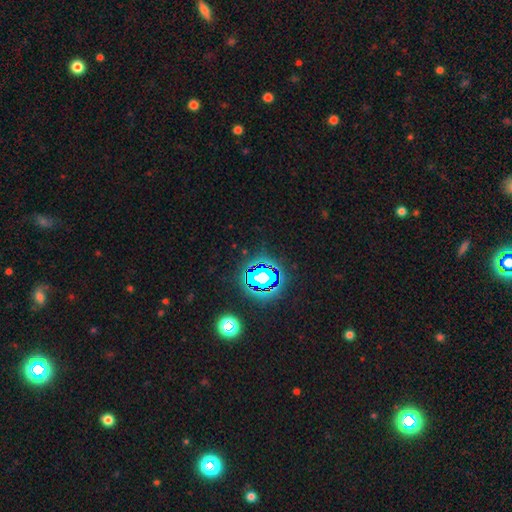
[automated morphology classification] star or artifact 80%, smooth 13%, featured or disk 7%.